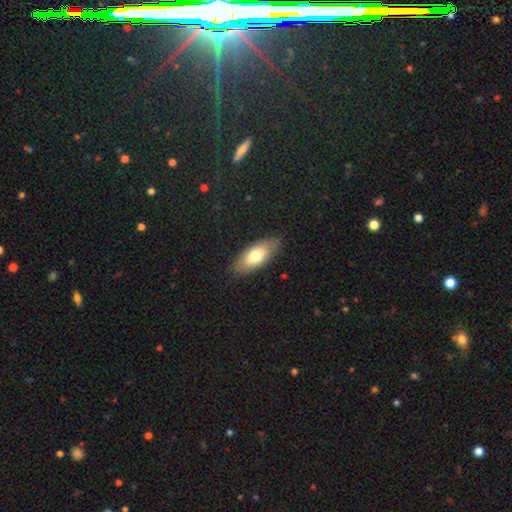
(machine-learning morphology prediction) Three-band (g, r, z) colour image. It shows a smooth galaxy with no disk features (70%) that is in between round and cigar-shaped (84%). Merging: none (84%).